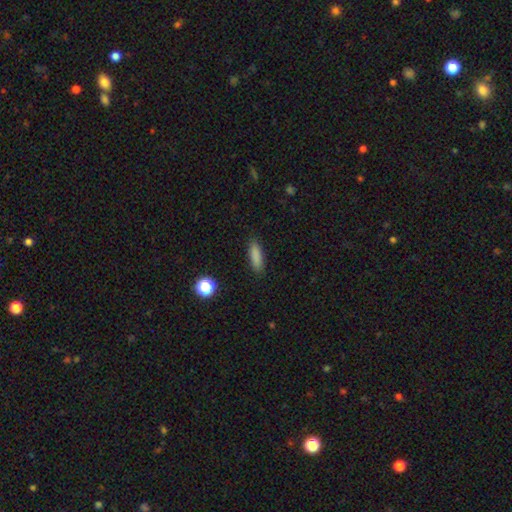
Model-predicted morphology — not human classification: Smooth or featured? smooth (85%)
How rounded? cigar-shaped (51%)
Merging? none (86%)